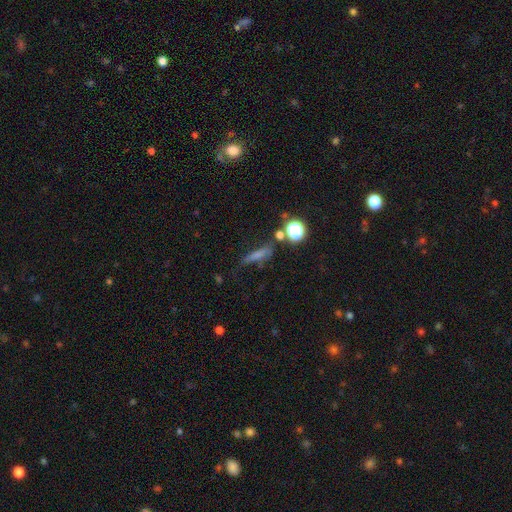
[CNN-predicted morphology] Smooth or featured?
  - smooth: 47% *
  - featured or disk: 28%
  - star or artifact: 25%
Merging?
  - none: 66% *
  - minor disturbance: 19%
  - major disturbance: 8%
  - merger: 7%